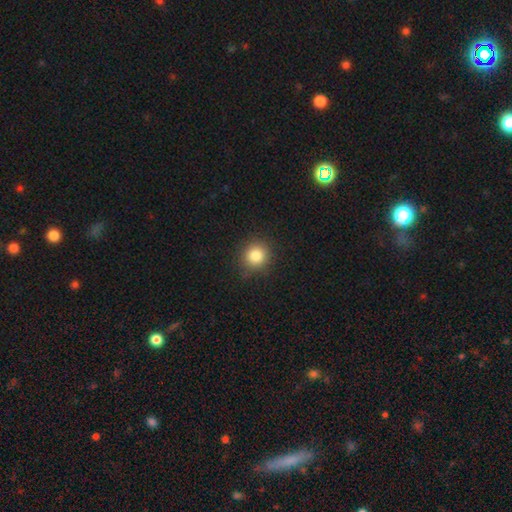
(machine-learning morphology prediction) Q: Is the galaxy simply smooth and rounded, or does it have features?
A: smooth — 84%.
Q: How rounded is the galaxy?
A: round — 87%.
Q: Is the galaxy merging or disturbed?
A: none — 87%.